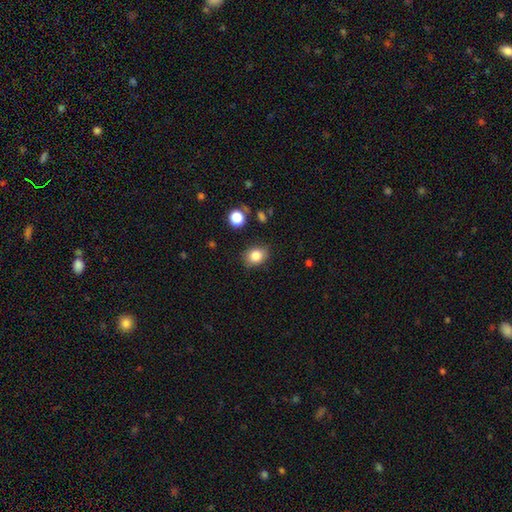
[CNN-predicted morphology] Smooth or featured?
  - smooth: 83% *
  - star or artifact: 10%
  - featured or disk: 7%
How rounded?
  - in between: 54% *
  - round: 45%
  - cigar-shaped: 1%
Merging?
  - none: 83% *
  - minor disturbance: 12%
  - major disturbance: 3%
  - merger: 2%